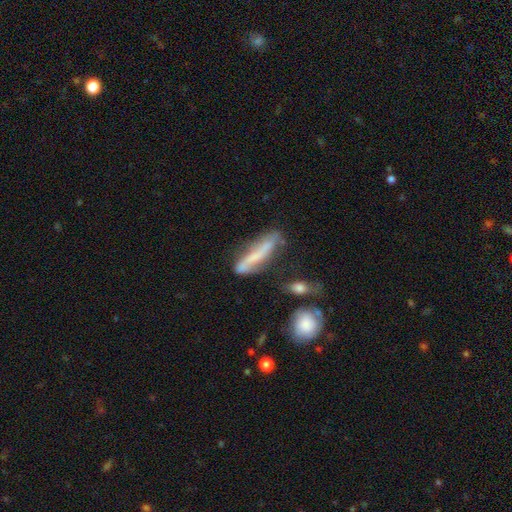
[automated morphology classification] Q: Smooth or featured?
A: featured or disk (55%); runner-up: smooth (36%)
Q: Edge-on disk?
A: no (58%); runner-up: yes (42%)
Q: Merging?
A: none (54%); runner-up: minor disturbance (25%)